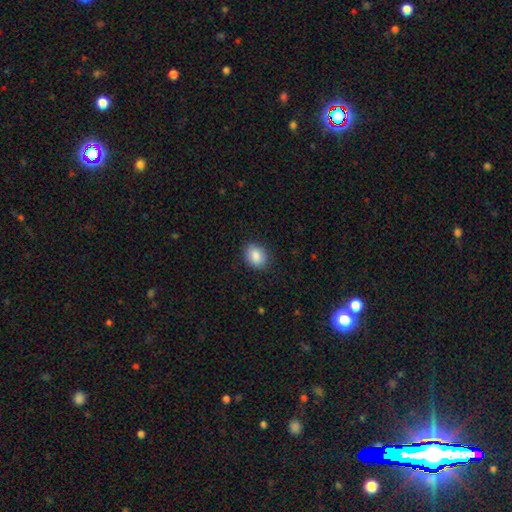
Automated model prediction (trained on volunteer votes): A smooth galaxy with no disk features (88%) that is in between round and cigar-shaped (59%).

Vote fractions:
- Smooth or featured? smooth: 88% / star or artifact: 8% / featured or disk: 5%
- How rounded? in between: 59% / round: 40% / cigar-shaped: 1%
- Merging? none: 85% / minor disturbance: 11% / major disturbance: 3% / merger: 1%